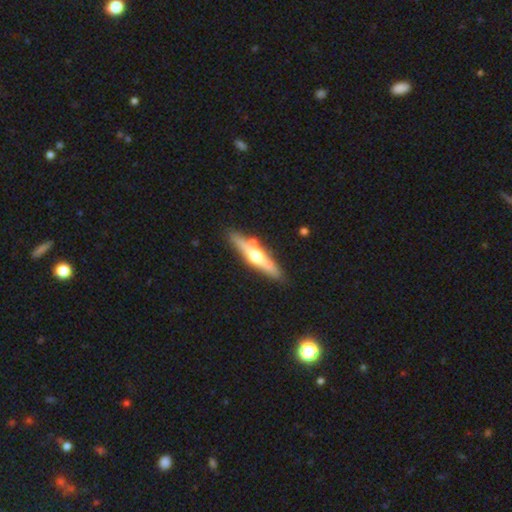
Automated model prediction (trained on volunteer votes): Smooth or featured? Predicted: featured or disk (p=0.63). Edge-on disk? Predicted: yes (p=0.92). Edge-on bulge? Predicted: rounded (p=0.92). Merging? Predicted: none (p=0.80).